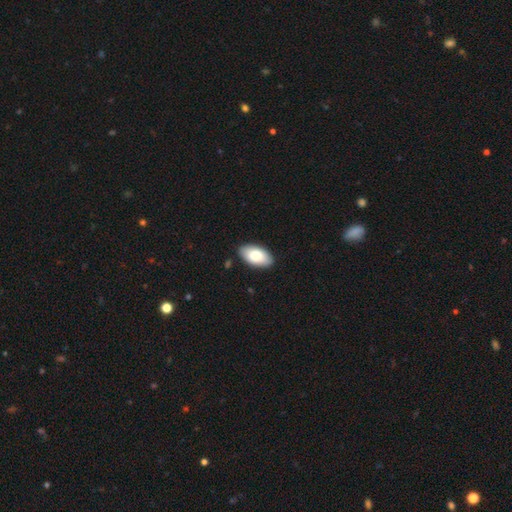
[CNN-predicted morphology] smooth_or_featured: smooth (p=0.79) [alt: featured or disk p=0.15]
how_rounded: in between (p=0.95) [alt: round p=0.03]
merging: none (p=0.88) [alt: minor disturbance p=0.09]